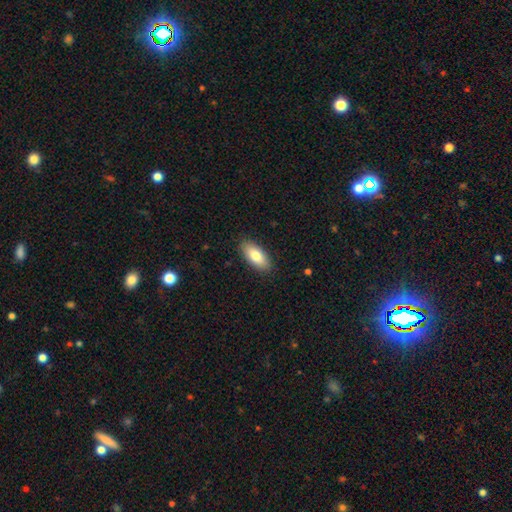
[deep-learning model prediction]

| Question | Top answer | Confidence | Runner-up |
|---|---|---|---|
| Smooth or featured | smooth | 81% | featured or disk (13%) |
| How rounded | in between | 88% | cigar-shaped (10%) |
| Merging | none | 88% | minor disturbance (9%) |